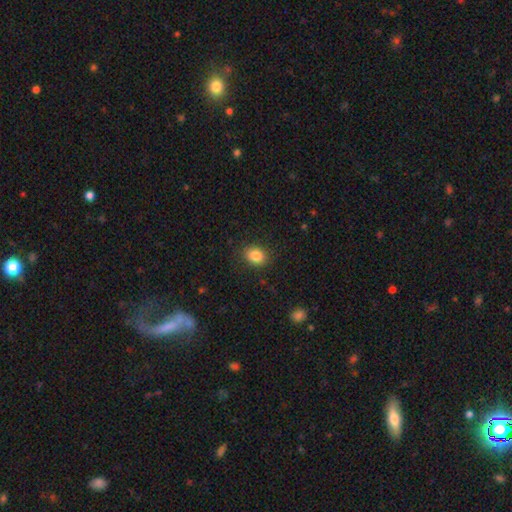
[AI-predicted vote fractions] This is clearly a smooth galaxy (85%). How rounded: possibly in between (55%). Merging: clearly none (87%).